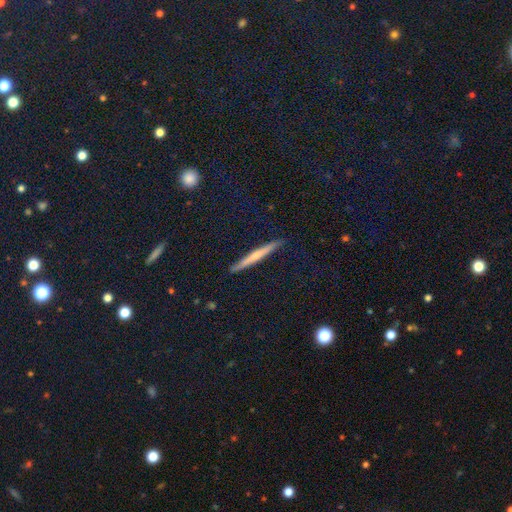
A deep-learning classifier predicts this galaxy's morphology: smooth-or-featured: featured or disk: 46% | smooth: 45% | star or artifact: 9%
  merging: none: 91% | minor disturbance: 7% | major disturbance: 1% | merger: 1%